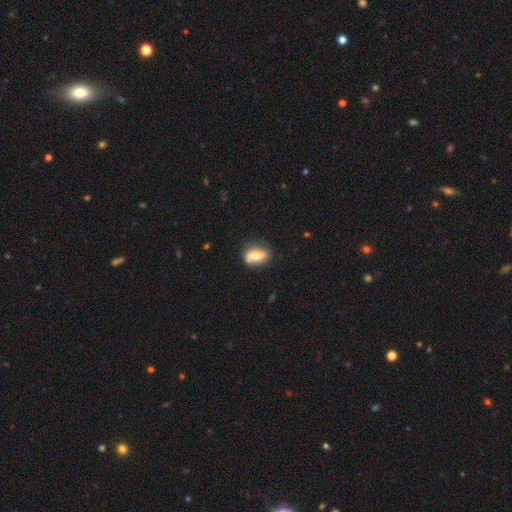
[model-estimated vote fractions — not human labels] The model was most divided on "smooth or featured": smooth: 52%, featured or disk: 40%, star or artifact: 8%. More confident: how rounded — in between (77%); merging — none (68%).